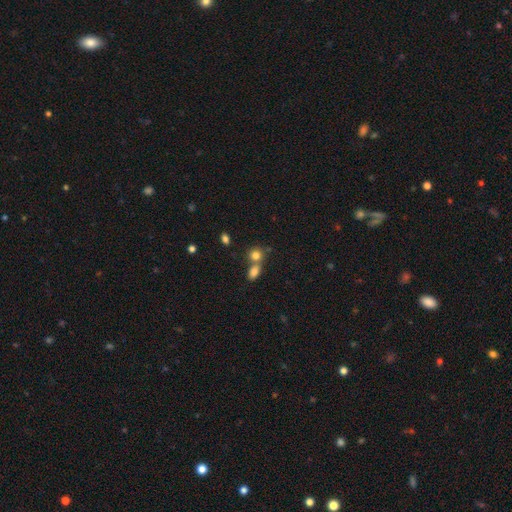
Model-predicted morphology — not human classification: A smooth galaxy with no disk features (80%) that is round (67%).

Vote fractions:
- Smooth or featured? smooth: 80% / star or artifact: 12% / featured or disk: 8%
- How rounded? round: 67% / in between: 31% / cigar-shaped: 2%
- Merging? none: 45% / merger: 43% / minor disturbance: 8% / major disturbance: 3%